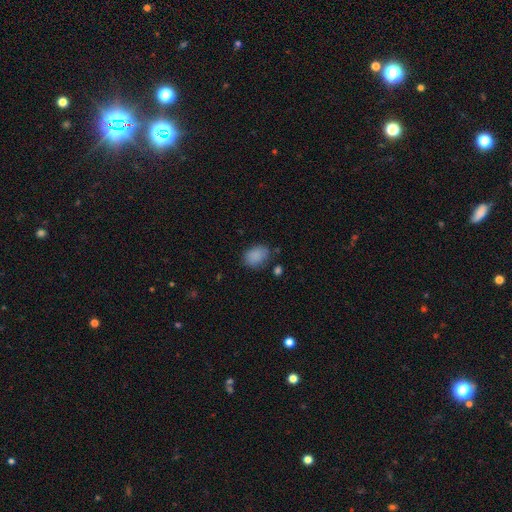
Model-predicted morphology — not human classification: smooth 87%, star or artifact 9%, featured or disk 4%. Down the decision tree: how rounded — in between (73%); merging — none (75%).